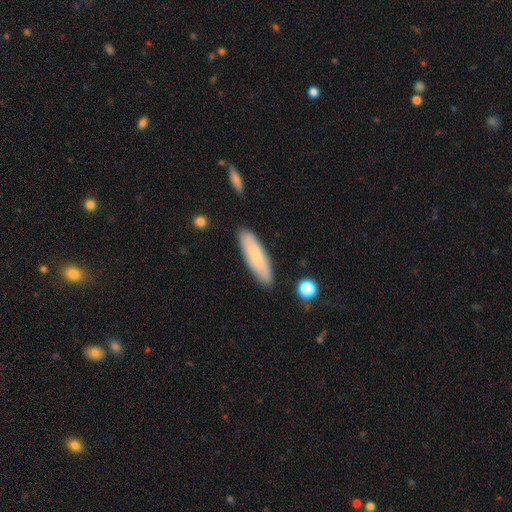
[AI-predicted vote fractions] This is likely a smooth galaxy (73%). How rounded: likely cigar-shaped (61%). Merging: clearly none (86%).